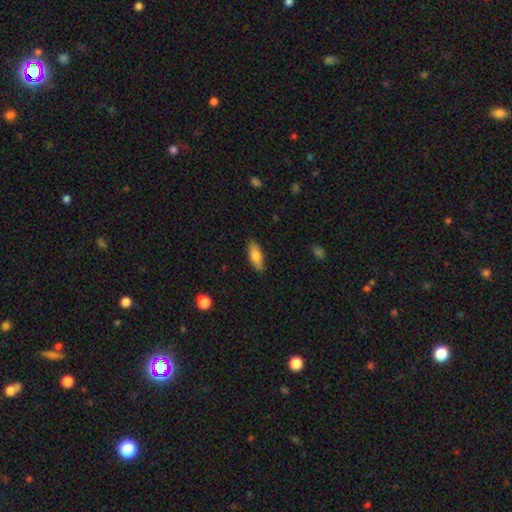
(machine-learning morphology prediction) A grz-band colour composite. It shows a smooth galaxy with no disk features (79%) that is in between round and cigar-shaped (72%). Merging: none (85%).